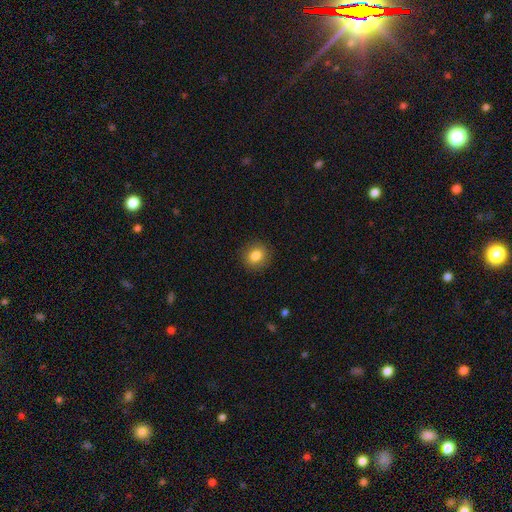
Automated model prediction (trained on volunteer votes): smooth_or_featured: smooth (p=0.84) [alt: star or artifact p=0.09]
how_rounded: round (p=0.76) [alt: in between p=0.23]
merging: none (p=0.90) [alt: minor disturbance p=0.07]